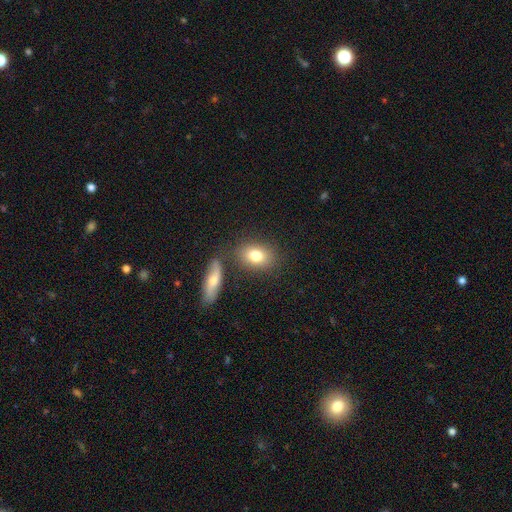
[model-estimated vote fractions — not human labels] This is likely a smooth galaxy (78%). How rounded: likely in between (69%). Merging: likely none (74%).